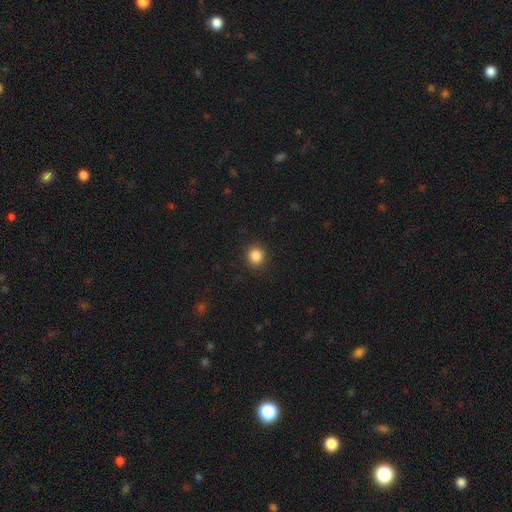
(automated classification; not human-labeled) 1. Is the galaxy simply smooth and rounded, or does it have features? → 86% smooth, 10% star or artifact, 4% featured or disk.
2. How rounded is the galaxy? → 88% round, 11% in between, 1% cigar-shaped.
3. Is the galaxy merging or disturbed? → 91% none, 6% minor disturbance, 2% major disturbance, 1% merger.